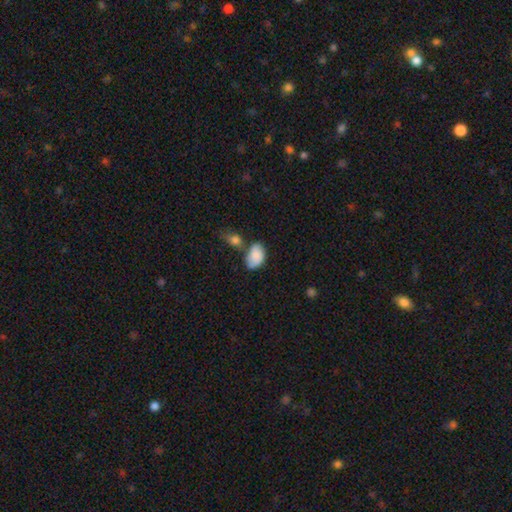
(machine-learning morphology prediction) Smooth or featured? Predicted: smooth (p=0.80). How rounded? Predicted: in between (p=0.88). Merging? Predicted: none (p=0.40).